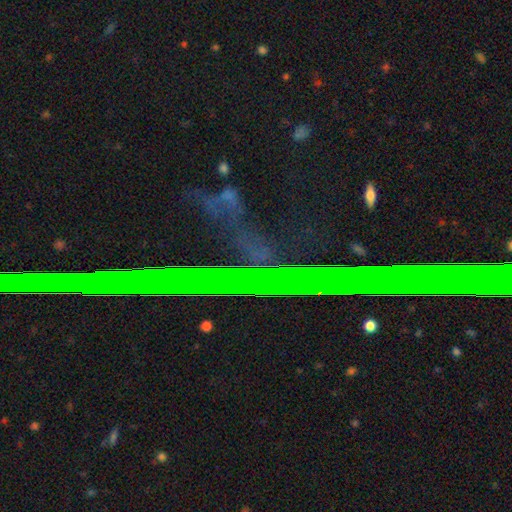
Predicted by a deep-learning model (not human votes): Q: Smooth or featured?
A: star or artifact (79%); runner-up: featured or disk (13%)